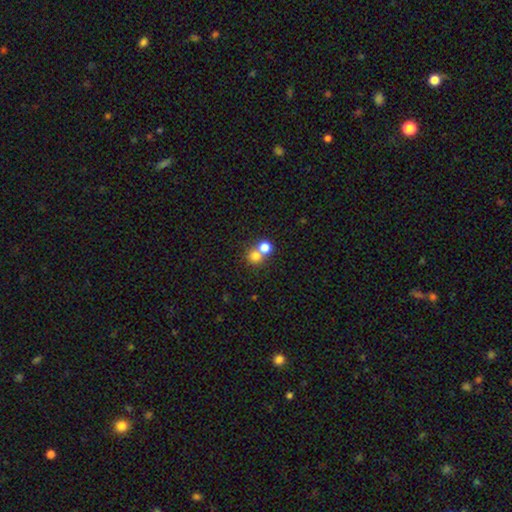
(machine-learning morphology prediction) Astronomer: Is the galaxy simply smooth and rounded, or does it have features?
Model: smooth — 76%.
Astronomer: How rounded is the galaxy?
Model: round — 89%.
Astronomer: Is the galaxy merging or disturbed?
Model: merger — 46%, tied with none at 46%.